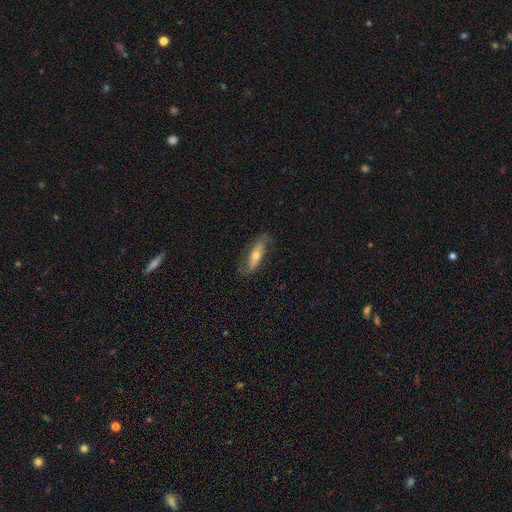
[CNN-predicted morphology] The model was most divided on "edge-on disk": no: 70%, yes: 30%. More confident: merging — none (75%); smooth or featured — featured or disk (68%).